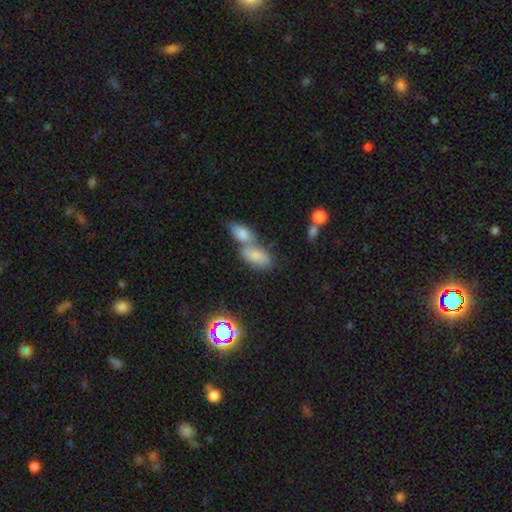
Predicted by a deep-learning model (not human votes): Smooth or featured? smooth (72%)
How rounded? in between (90%)
Merging? merger (60%)